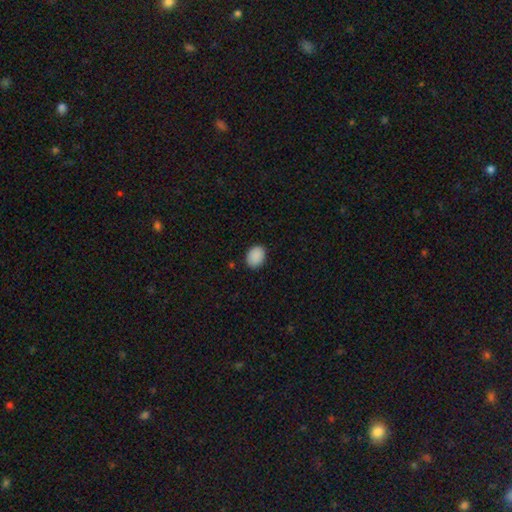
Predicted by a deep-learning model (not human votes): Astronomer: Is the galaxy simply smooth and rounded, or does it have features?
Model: smooth — 90%.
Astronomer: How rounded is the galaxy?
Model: in between — 68%.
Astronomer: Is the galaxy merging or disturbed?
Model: none — 87%.